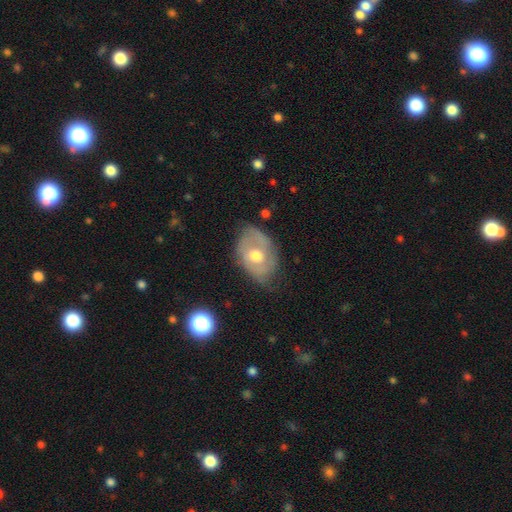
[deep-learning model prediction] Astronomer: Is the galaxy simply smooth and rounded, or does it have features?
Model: featured or disk — 56% (runner-up: smooth, 36%).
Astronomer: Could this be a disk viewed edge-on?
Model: no — 93%.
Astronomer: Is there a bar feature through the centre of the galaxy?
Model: no — 71%.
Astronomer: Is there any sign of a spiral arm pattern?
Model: yes — 51% (runner-up: no, 49%).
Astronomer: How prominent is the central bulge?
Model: moderate — 78%.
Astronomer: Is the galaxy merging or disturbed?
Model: none — 62%.